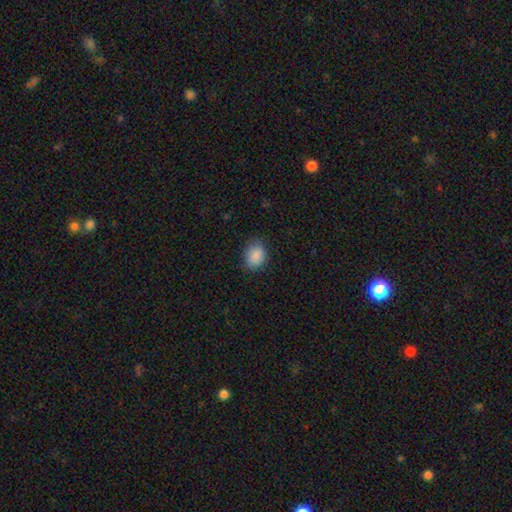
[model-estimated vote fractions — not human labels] Smooth or featured: smooth — 88% (star or artifact — 8%)
How rounded: in between — 62% (round — 37%)
Merging: none — 79% (minor disturbance — 17%)